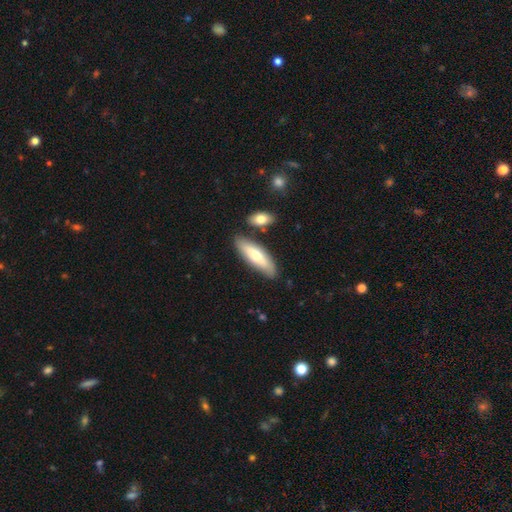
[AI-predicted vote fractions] Smooth or featured? smooth (62%)
How rounded? in between (49%, tied with cigar-shaped)
Merging? none (78%)